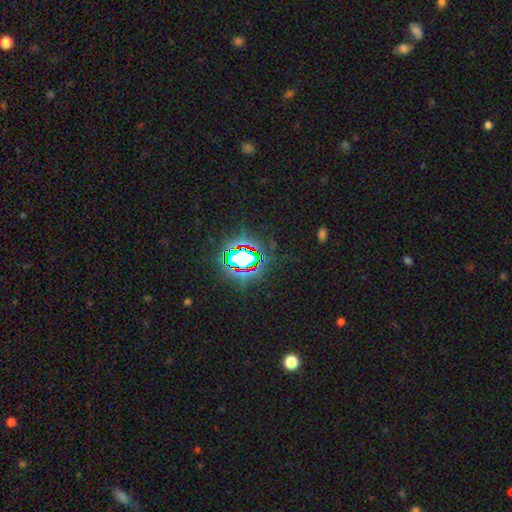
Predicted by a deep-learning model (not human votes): Smooth or featured?
  - star or artifact: 81% *
  - smooth: 12%
  - featured or disk: 7%